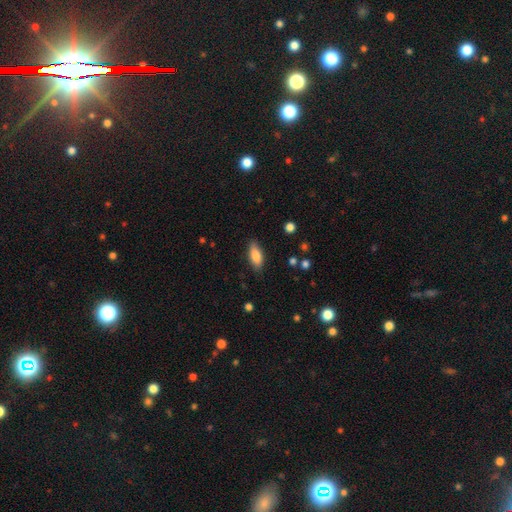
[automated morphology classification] type=smooth (82%); roundness=in between (81%); merging=none (85%).